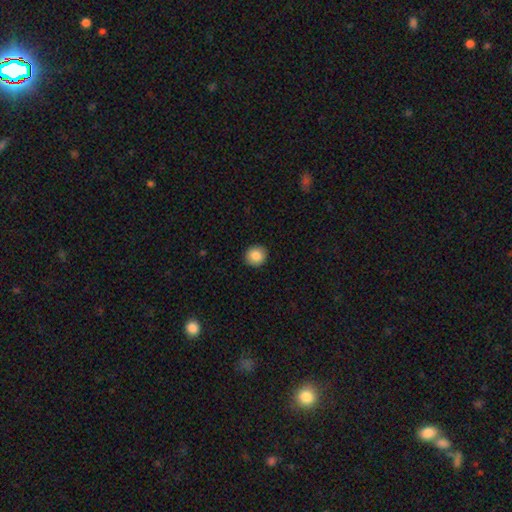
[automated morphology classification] Q: Smooth or featured?
A: smooth (87%); runner-up: star or artifact (8%)
Q: How rounded?
A: round (88%); runner-up: in between (11%)
Q: Merging?
A: none (92%); runner-up: minor disturbance (5%)